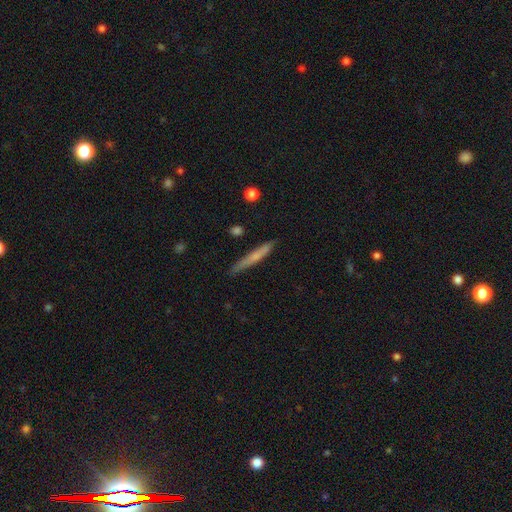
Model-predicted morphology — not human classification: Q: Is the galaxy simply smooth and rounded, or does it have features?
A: smooth — 57%.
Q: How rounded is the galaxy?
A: cigar-shaped — 95%.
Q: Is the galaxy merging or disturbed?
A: none — 84%.